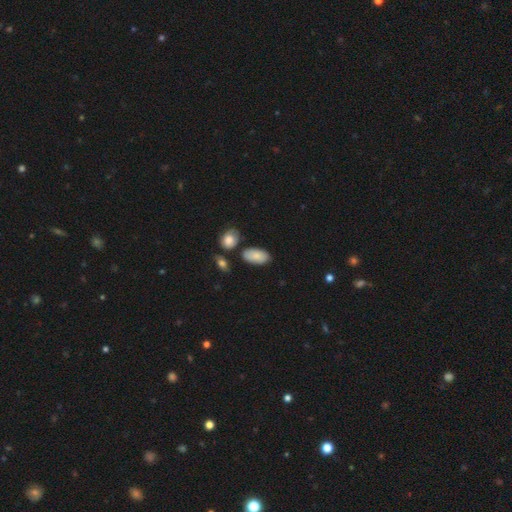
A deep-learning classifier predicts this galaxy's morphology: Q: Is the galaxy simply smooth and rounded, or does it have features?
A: smooth — 82%.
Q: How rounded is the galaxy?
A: in between — 94%.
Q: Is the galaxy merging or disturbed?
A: none — 69%.